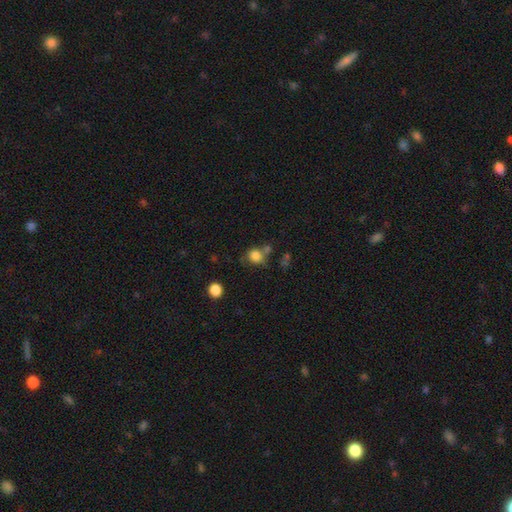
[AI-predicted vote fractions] A smooth galaxy with no disk features (81%) that is round (77%). Merging: none (58%).